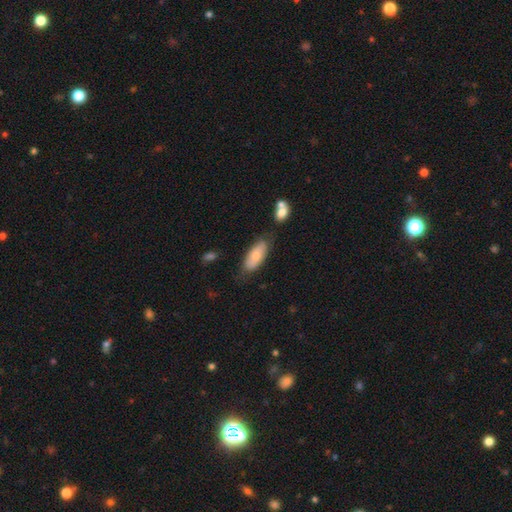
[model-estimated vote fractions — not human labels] This is likely a smooth galaxy (70%). How rounded: clearly in between (81%). Merging: likely none (66%).